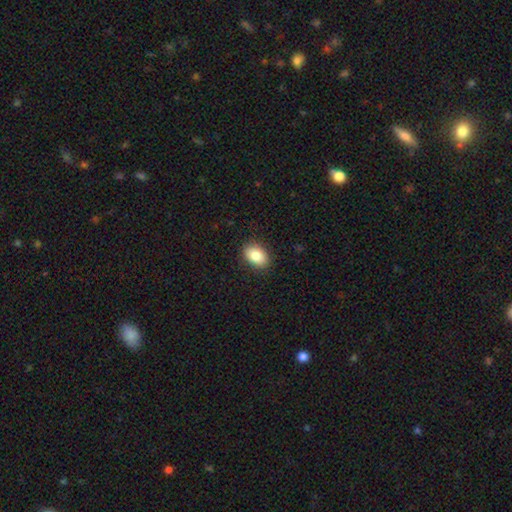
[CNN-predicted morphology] smooth_or_featured: smooth (p=0.85) [alt: star or artifact p=0.08]
how_rounded: in between (p=0.85) [alt: round p=0.14]
merging: none (p=0.88) [alt: minor disturbance p=0.09]